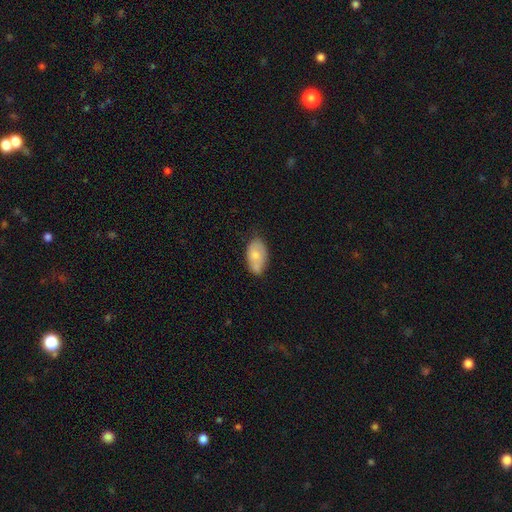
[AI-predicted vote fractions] Morphology: type=smooth (71%); roundness=in between (93%); merging=none (53%).